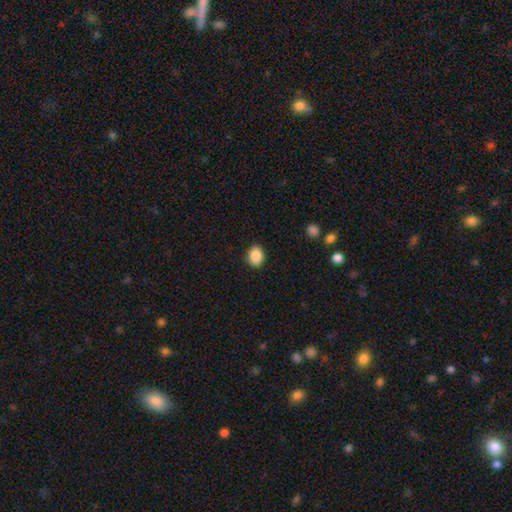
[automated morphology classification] A smooth galaxy with no disk features (89%) that is in between round and cigar-shaped (65%). Merging: none (88%).